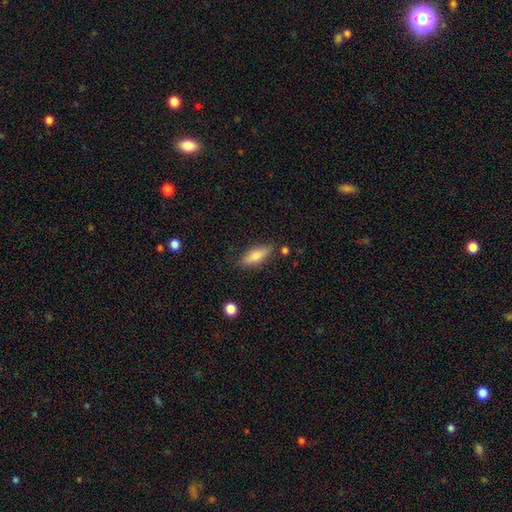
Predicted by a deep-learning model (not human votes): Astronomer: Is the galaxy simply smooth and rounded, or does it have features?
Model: smooth — 74%.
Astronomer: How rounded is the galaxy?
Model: in between — 57% (runner-up: cigar-shaped, 41%).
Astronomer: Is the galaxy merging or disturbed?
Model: none — 79%.